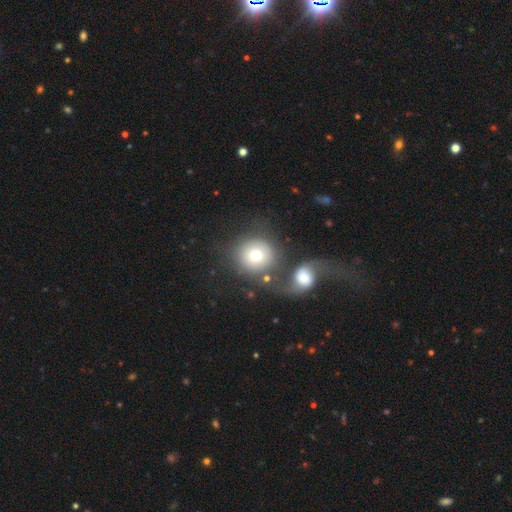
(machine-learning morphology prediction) A smooth galaxy with no disk features (68%) that is round (87%).

Vote fractions:
- Smooth or featured? smooth: 68% / featured or disk: 23% / star or artifact: 9%
- How rounded? round: 87% / in between: 12% / cigar-shaped: 1%
- Merging? none: 45% / merger: 33% / major disturbance: 12% / minor disturbance: 10%